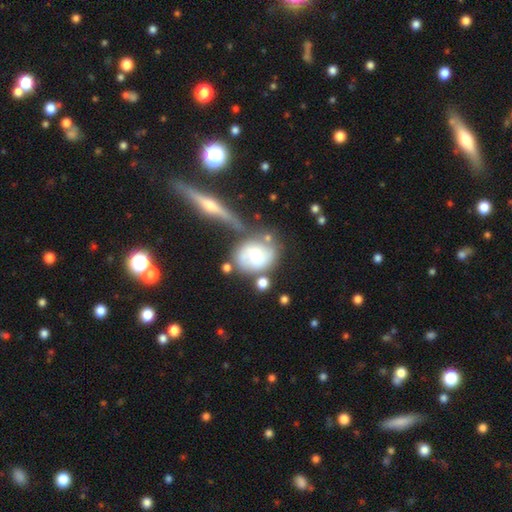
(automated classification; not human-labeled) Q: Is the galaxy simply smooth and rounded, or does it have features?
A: featured or disk — 63%.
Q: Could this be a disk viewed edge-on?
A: no — 94%.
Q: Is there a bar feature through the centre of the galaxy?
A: no — 59%.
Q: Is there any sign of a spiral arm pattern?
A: yes — 84%.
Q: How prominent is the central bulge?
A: moderate — 64%.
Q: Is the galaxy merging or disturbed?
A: none — 52%.